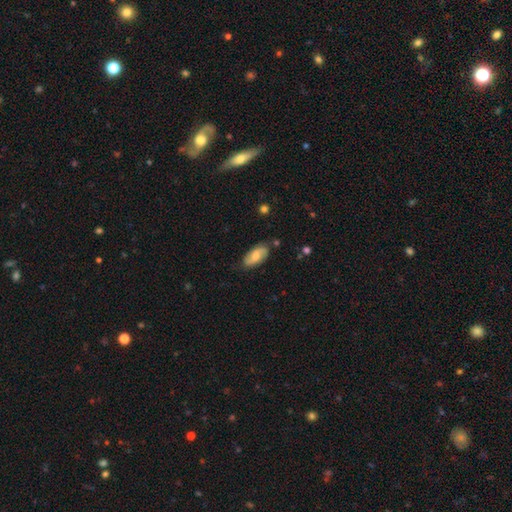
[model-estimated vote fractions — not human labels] Morphology: type=smooth (55%); roundness=in between (90%); merging=none (79%).